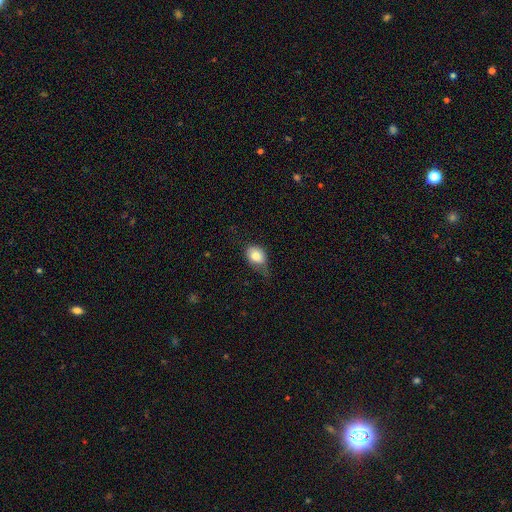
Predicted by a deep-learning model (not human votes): Smooth or featured? smooth (81%)
How rounded? in between (66%)
Merging? minor disturbance (43%)